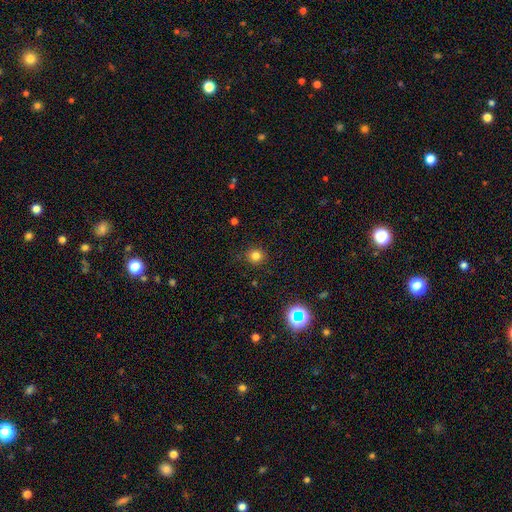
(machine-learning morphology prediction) Overall: smooth (79%). How rounded: round (91%). Merging: none (88%).